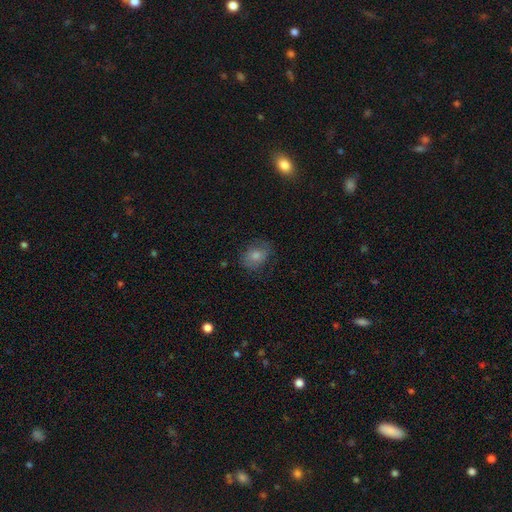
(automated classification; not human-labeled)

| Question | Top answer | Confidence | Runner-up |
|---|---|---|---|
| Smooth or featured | smooth | 74% | featured or disk (15%) |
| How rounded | in between | 60% | round (39%) |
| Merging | none | 73% | minor disturbance (20%) |